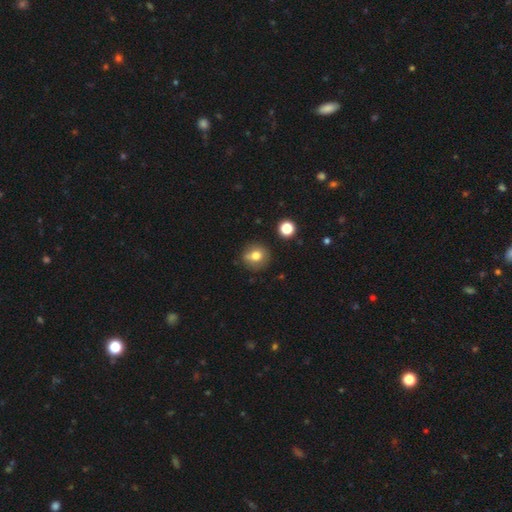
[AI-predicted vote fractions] Overall: smooth (74%). How rounded: round (83%). Merging: none (76%).